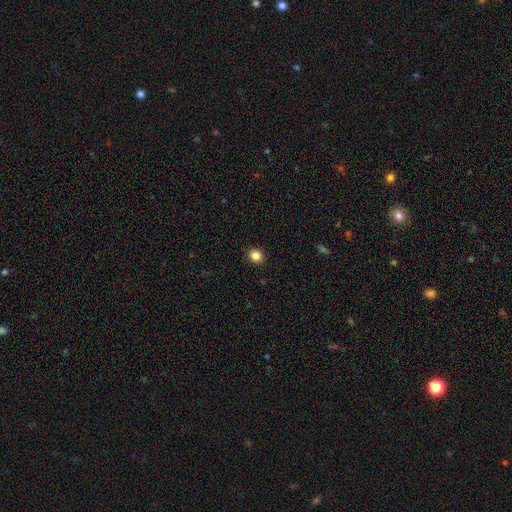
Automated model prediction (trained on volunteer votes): This appears to be a smooth galaxy with no disk features (86%) that is round (74%). Merging: none (91%).